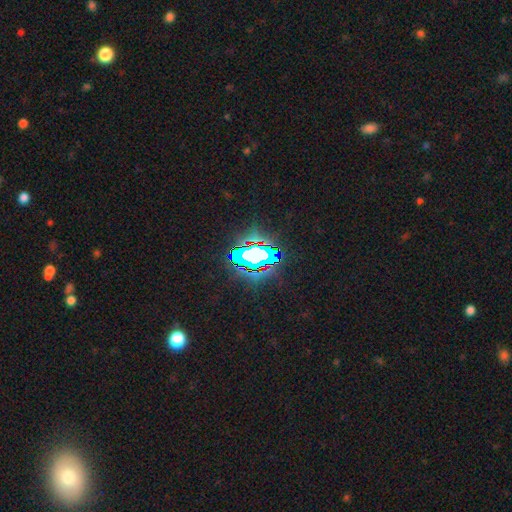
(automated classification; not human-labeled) Overall: star or artifact (66%).